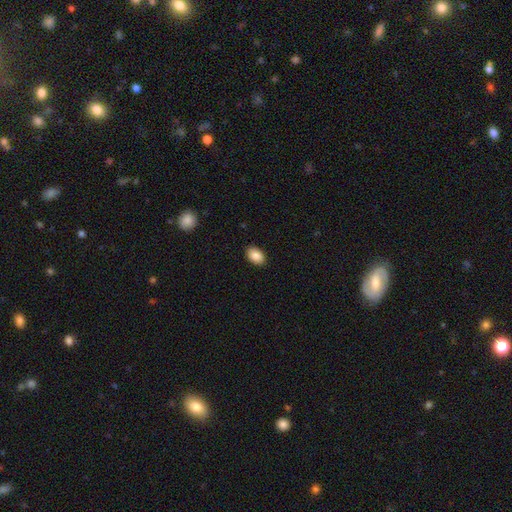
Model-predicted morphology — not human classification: A smooth galaxy with no disk features (88%) that is in between round and cigar-shaped (87%). Merging: none (89%).